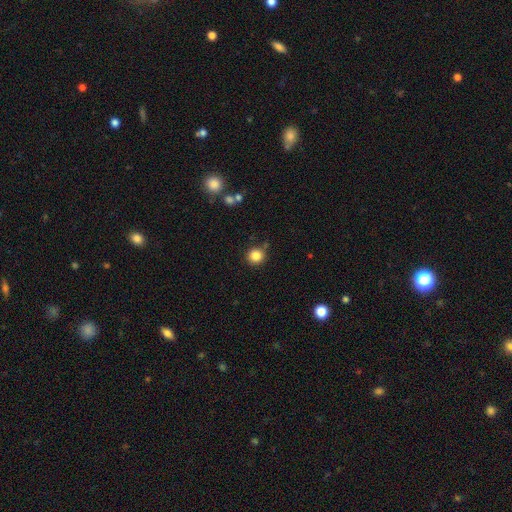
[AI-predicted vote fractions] Morphology: type=smooth (84%); roundness=round (94%); merging=none (83%).